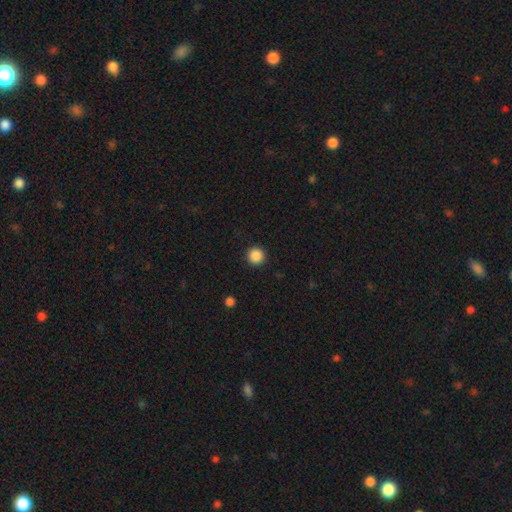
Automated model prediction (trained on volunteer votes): A smooth galaxy with no disk features (87%) that is round (96%). Merging: none (93%).